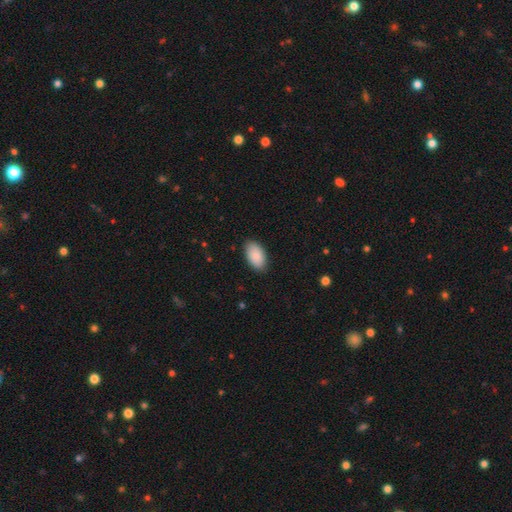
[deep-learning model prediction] Smooth or featured? Predicted: smooth (p=0.90). How rounded? Predicted: in between (p=0.95). Merging? Predicted: none (p=0.86).